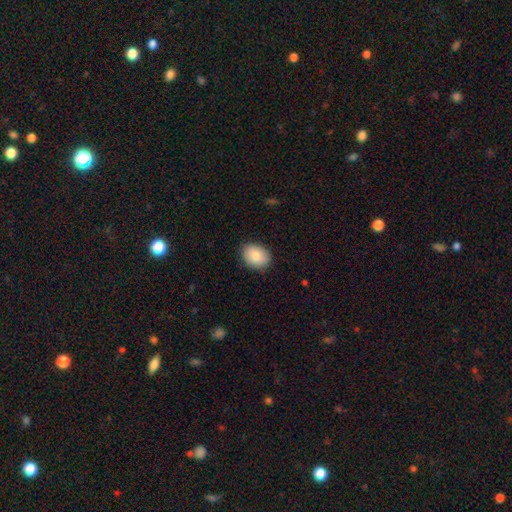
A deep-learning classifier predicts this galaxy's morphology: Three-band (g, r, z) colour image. It shows a smooth galaxy with no disk features (84%) that is in between round and cigar-shaped (60%). Merging: none (87%).